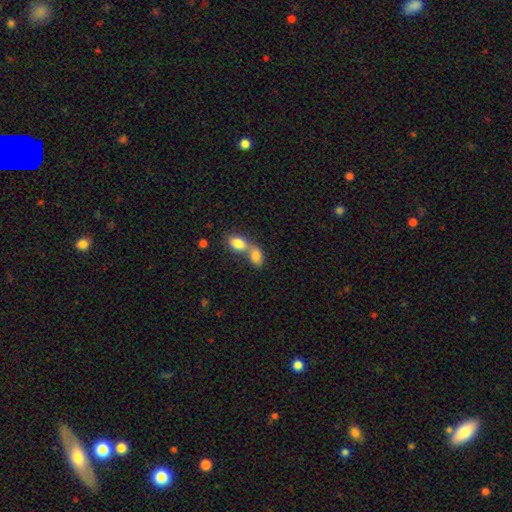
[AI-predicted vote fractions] Morphology: type=smooth (82%); roundness=in between (80%); merging=merger (70%).